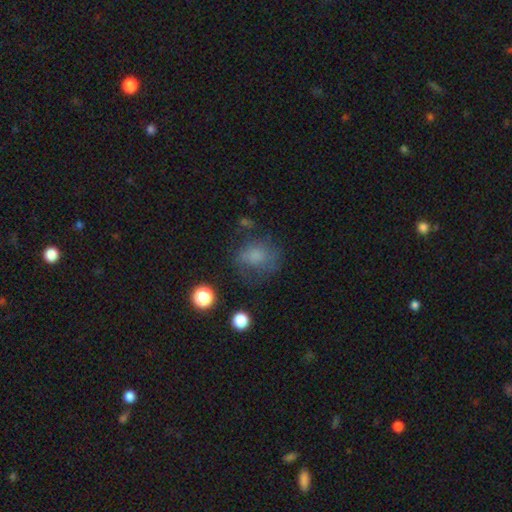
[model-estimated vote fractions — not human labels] Smooth or featured? Predicted: smooth (p=0.70). How rounded? Predicted: round (p=0.60). Merging? Predicted: none (p=0.51).